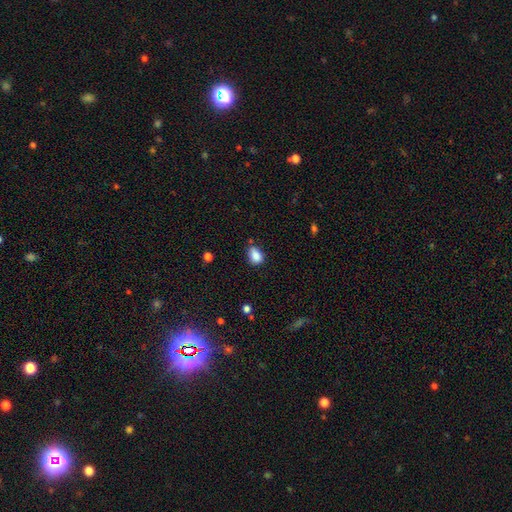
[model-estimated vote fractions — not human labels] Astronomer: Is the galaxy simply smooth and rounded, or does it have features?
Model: smooth — 85%.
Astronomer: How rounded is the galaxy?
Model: in between — 69%.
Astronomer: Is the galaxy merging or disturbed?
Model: none — 64%.